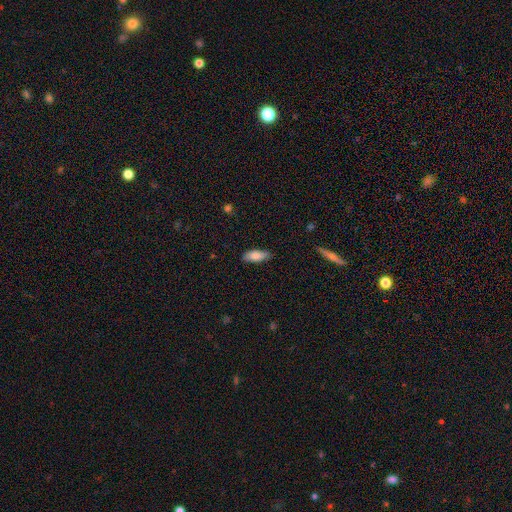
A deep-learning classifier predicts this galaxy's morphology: Smooth or featured?
  - smooth: 84% *
  - featured or disk: 10%
  - star or artifact: 6%
How rounded?
  - in between: 81% *
  - cigar-shaped: 17%
  - round: 2%
Merging?
  - none: 84% *
  - minor disturbance: 13%
  - major disturbance: 2%
  - merger: 1%